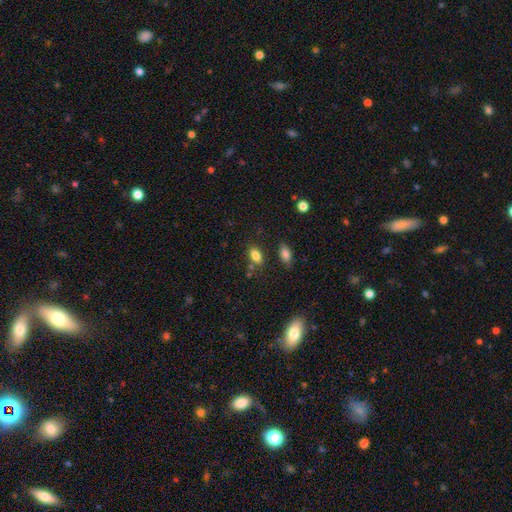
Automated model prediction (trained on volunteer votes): The model was most divided on "merging": none: 74%, minor disturbance: 14%, merger: 8%, major disturbance: 4%. More confident: how rounded — in between (87%); smooth or featured — smooth (83%).